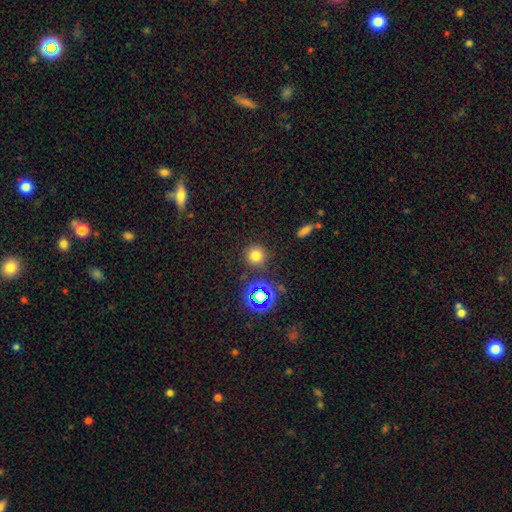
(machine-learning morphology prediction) A smooth galaxy with no disk features (71%) that is round (94%).

Vote fractions:
- Smooth or featured? smooth: 71% / star or artifact: 23% / featured or disk: 7%
- How rounded? round: 94% / in between: 5% / cigar-shaped: 1%
- Merging? none: 86% / minor disturbance: 7% / merger: 3% / major disturbance: 3%